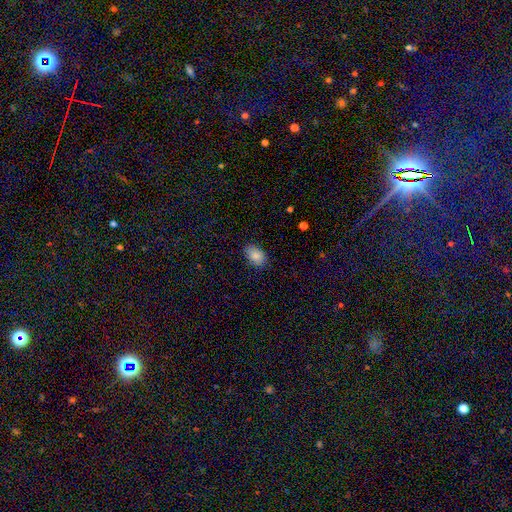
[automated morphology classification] Smooth or featured?
  - smooth: 86% *
  - star or artifact: 8%
  - featured or disk: 6%
How rounded?
  - in between: 83% *
  - round: 16%
  - cigar-shaped: 1%
Merging?
  - none: 83% *
  - minor disturbance: 14%
  - major disturbance: 3%
  - merger: 1%